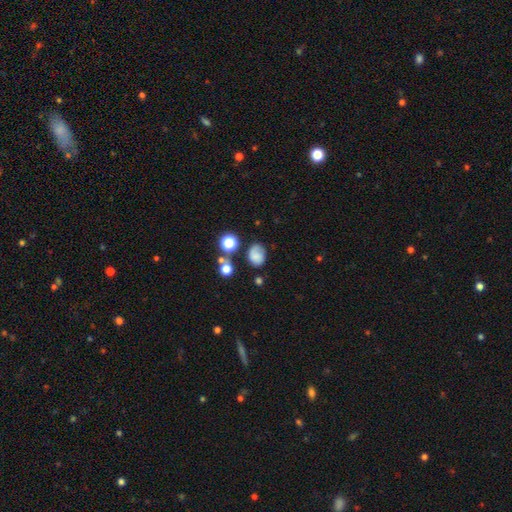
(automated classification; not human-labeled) This appears to be a smooth galaxy with no disk features (67%) that is in between round and cigar-shaped (56%). Merging: none (58%).